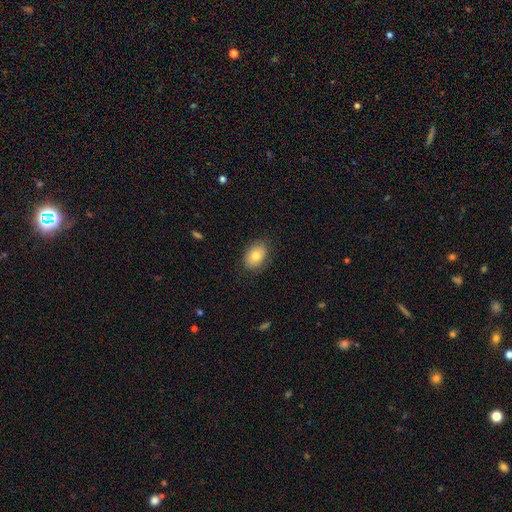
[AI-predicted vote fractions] smooth-or-featured: smooth: 77% | featured or disk: 14% | star or artifact: 8%
  how-rounded: in between: 77% | round: 22% | cigar-shaped: 1%
  merging: none: 83% | minor disturbance: 13% | major disturbance: 3% | merger: 1%